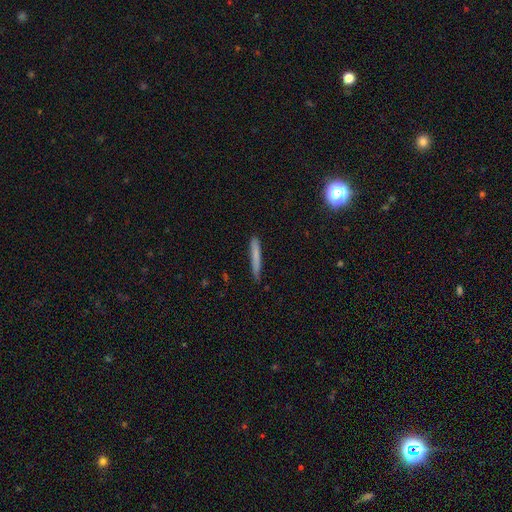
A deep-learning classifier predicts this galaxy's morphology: Smooth or featured? smooth (71%)
How rounded? cigar-shaped (96%)
Merging? none (83%)